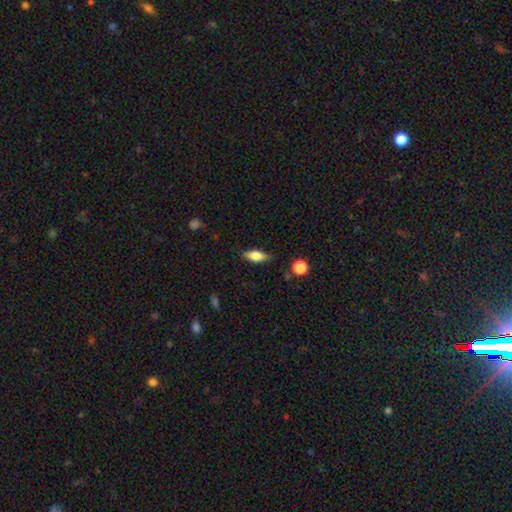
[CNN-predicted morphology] Smooth or featured? smooth (64%)
How rounded? in between (72%)
Merging? none (82%)